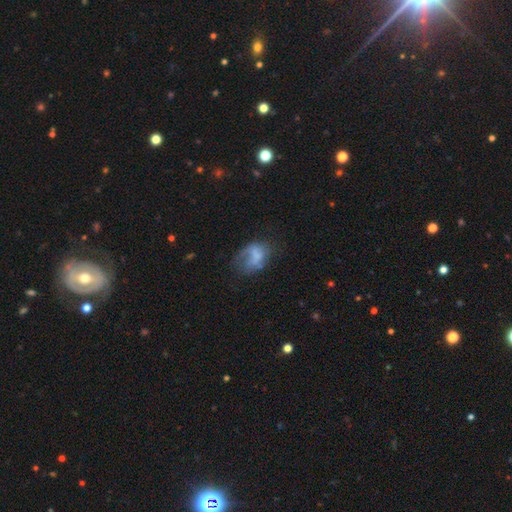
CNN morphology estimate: smooth_or_featured: smooth (p=0.54) [alt: featured or disk p=0.35]
how_rounded: in between (p=0.75) [alt: round p=0.24]
merging: major disturbance (p=0.37) [alt: none p=0.32]